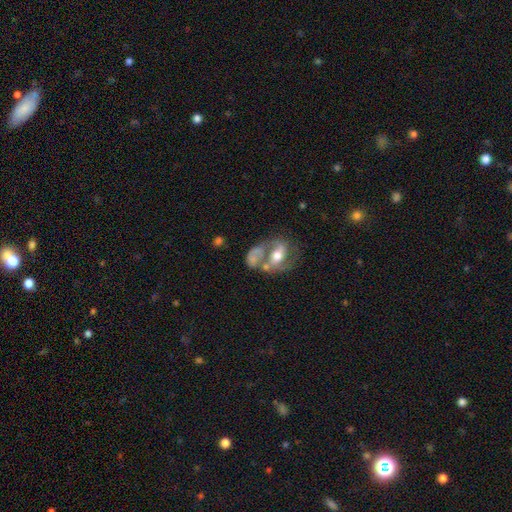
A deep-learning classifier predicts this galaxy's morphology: Smooth or featured? featured or disk (59%)
Edge-on disk? no (96%)
Bar? no (55%)
Spiral arms? yes (62%)
Bulge size? moderate (62%)
Merging? merger (42%)